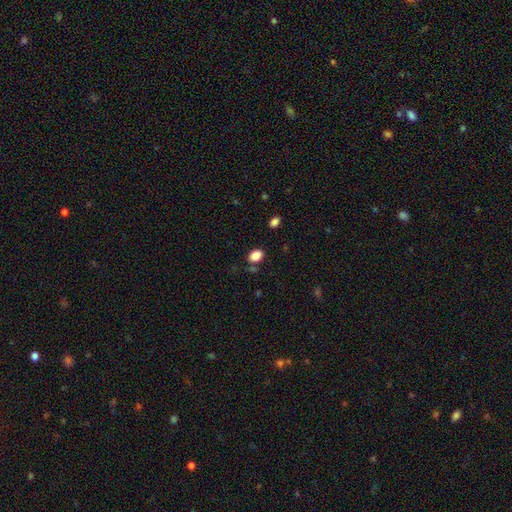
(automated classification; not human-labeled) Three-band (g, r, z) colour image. It shows a smooth galaxy with no disk features (86%) that is in between round and cigar-shaped (77%). Merging: none (77%).